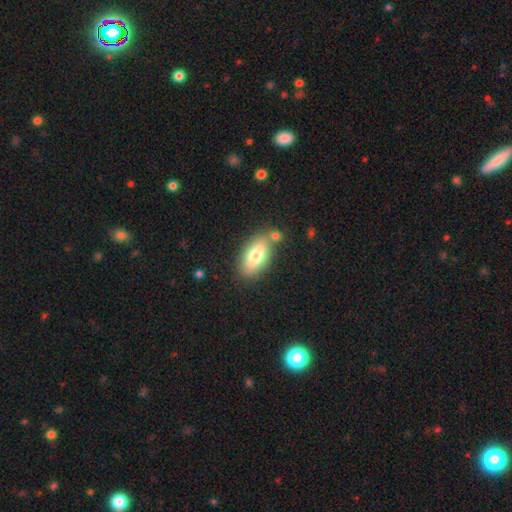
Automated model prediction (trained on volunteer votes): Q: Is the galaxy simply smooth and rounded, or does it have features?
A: smooth — 73%.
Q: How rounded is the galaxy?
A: in between — 88%.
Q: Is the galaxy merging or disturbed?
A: none — 68%.